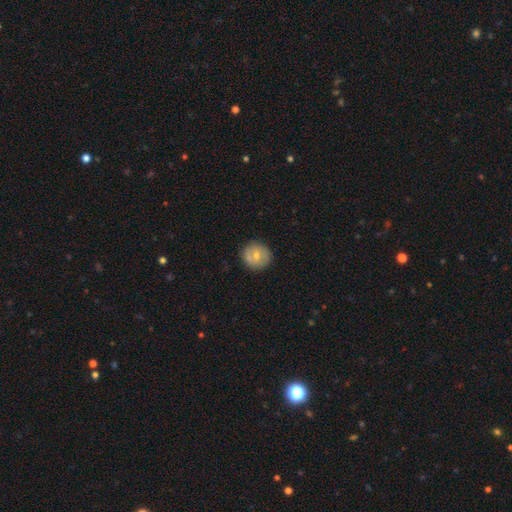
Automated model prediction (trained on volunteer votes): This appears to be a smooth galaxy with no disk features (62%) that is round (91%). Merging: none (83%).